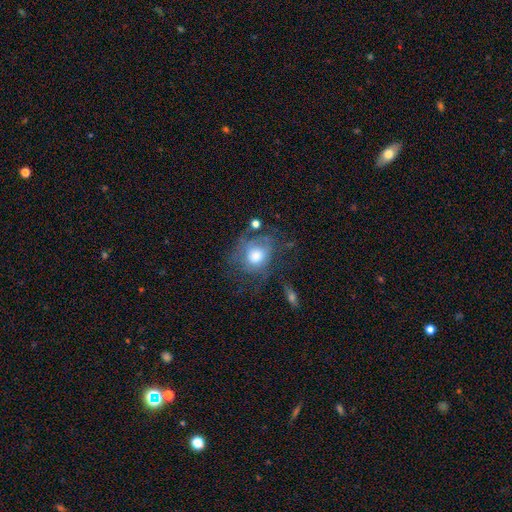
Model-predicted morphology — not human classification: Smooth or featured? Predicted: smooth (p=0.50). How rounded? Predicted: round (p=0.70). Merging? Predicted: none (p=0.45).